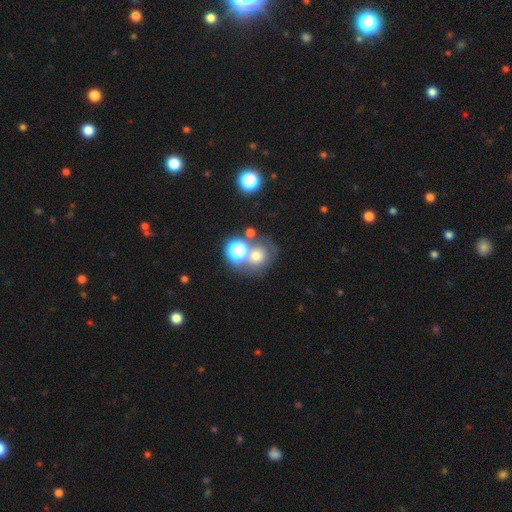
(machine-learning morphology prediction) smooth_or_featured: smooth (p=0.62) [alt: star or artifact p=0.22]
how_rounded: round (p=0.78) [alt: in between p=0.21]
merging: none (p=0.49) [alt: merger p=0.31]